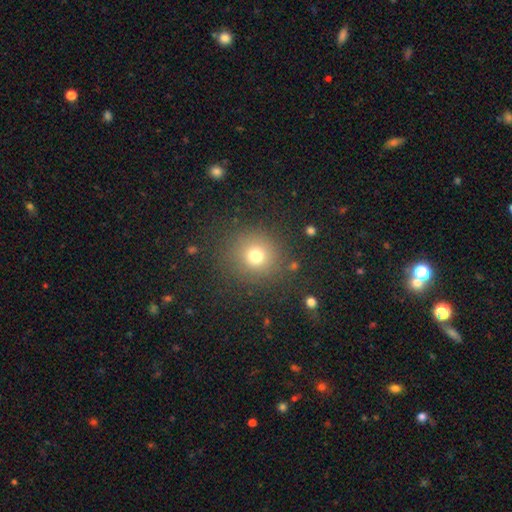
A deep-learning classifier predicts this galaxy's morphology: Smooth or featured?
  - smooth: 74% *
  - star or artifact: 17%
  - featured or disk: 9%
How rounded?
  - round: 91% *
  - in between: 8%
  - cigar-shaped: 1%
Merging?
  - none: 85% *
  - minor disturbance: 9%
  - major disturbance: 5%
  - merger: 2%